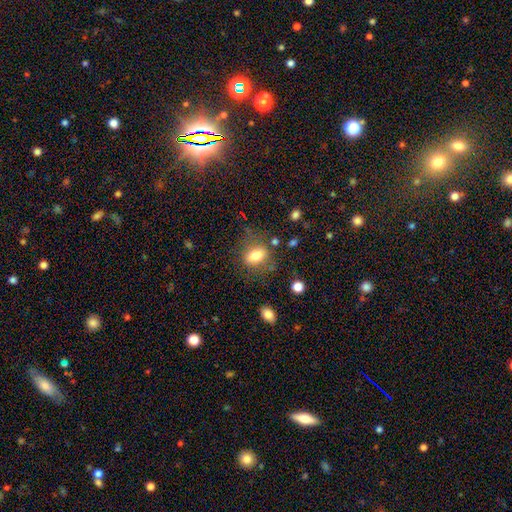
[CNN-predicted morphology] Smooth or featured? smooth (78%)
How rounded? in between (76%)
Merging? none (68%)